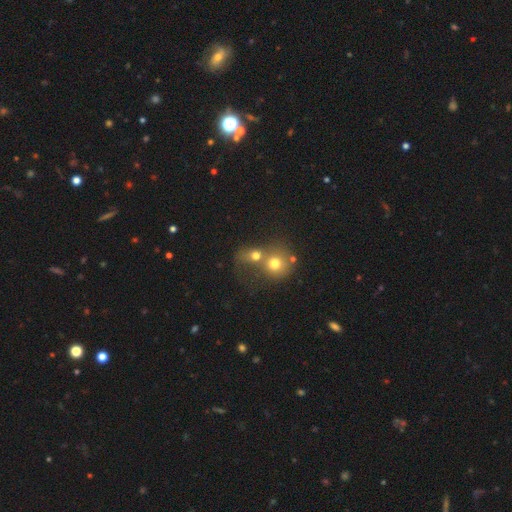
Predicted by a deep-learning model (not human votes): The model was most divided on "merging": merger: 65%, none: 21%, major disturbance: 7%, minor disturbance: 6%. More confident: how rounded — round (73%); smooth or featured — smooth (66%).